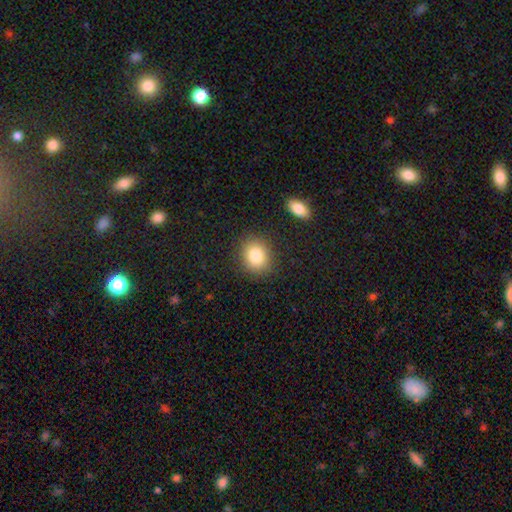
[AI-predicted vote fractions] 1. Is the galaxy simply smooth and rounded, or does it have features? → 83% smooth, 9% star or artifact, 7% featured or disk.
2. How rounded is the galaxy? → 66% round, 33% in between, 1% cigar-shaped.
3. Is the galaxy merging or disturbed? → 86% none, 9% minor disturbance, 3% major disturbance, 2% merger.